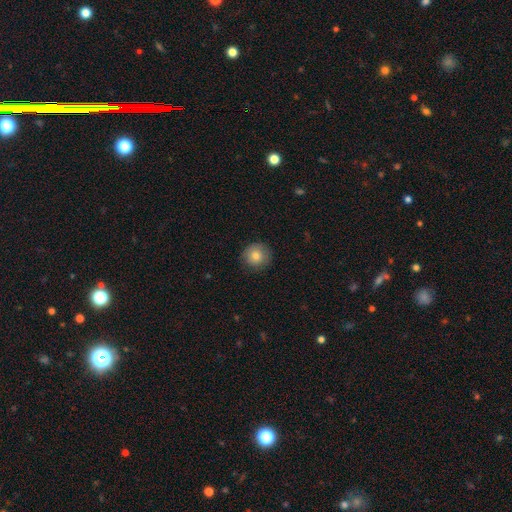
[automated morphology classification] This is likely a smooth galaxy (79%). How rounded: clearly round (93%). Merging: clearly none (85%).